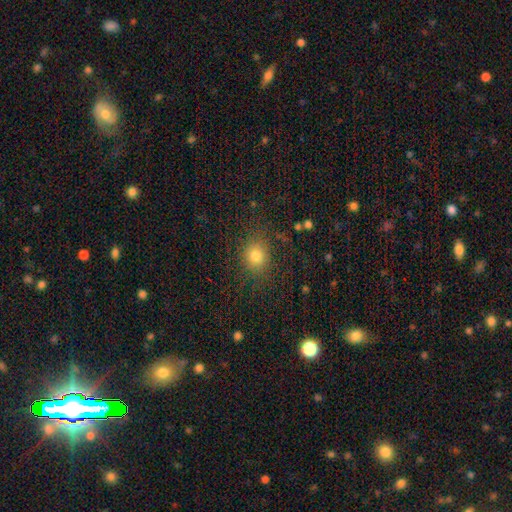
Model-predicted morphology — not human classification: smooth-or-featured: smooth: 77% | star or artifact: 16% | featured or disk: 7%
  how-rounded: round: 74% | in between: 25% | cigar-shaped: 1%
  merging: none: 85% | minor disturbance: 10% | major disturbance: 4% | merger: 1%